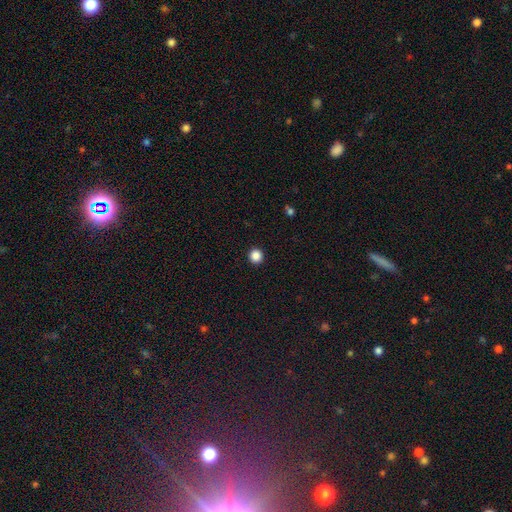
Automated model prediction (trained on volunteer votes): Smooth or featured: smooth — 87% (star or artifact — 10%)
How rounded: round — 95% (in between — 4%)
Merging: none — 94% (minor disturbance — 4%)